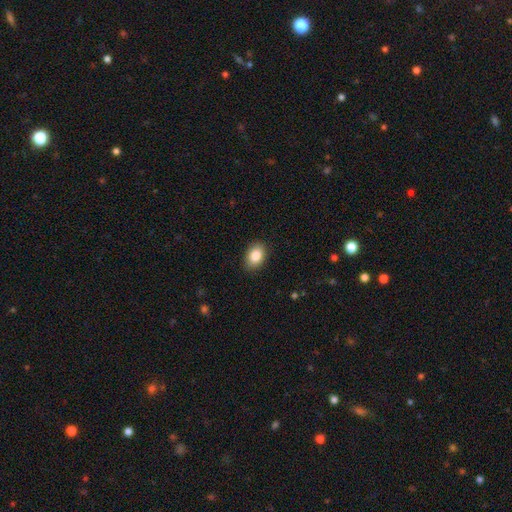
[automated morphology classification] Overall: smooth (86%). How rounded: in between (80%). Merging: none (88%).